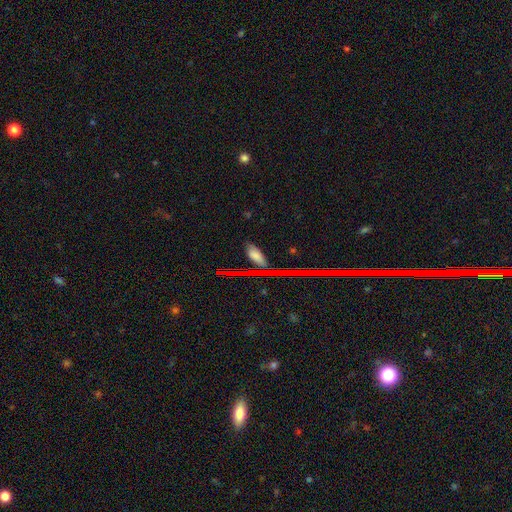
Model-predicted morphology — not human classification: A smooth galaxy with no disk features (68%) that is in between round and cigar-shaped (83%). Merging: none (73%).